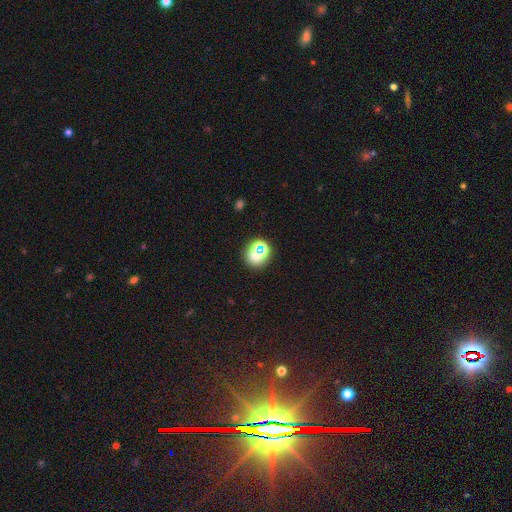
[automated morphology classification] smooth-or-featured: smooth: 51% | star or artifact: 38% | featured or disk: 11%
  how-rounded: round: 78% | in between: 20% | cigar-shaped: 2%
  merging: none: 78% | minor disturbance: 11% | merger: 6% | major disturbance: 5%